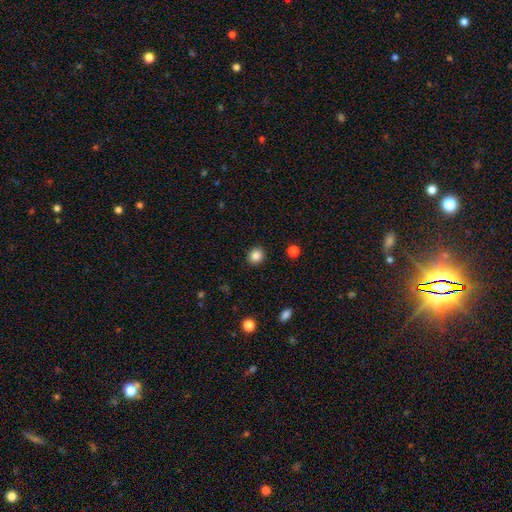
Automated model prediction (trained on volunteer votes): A smooth galaxy with no disk features (85%) that is round (87%). Merging: none (92%).